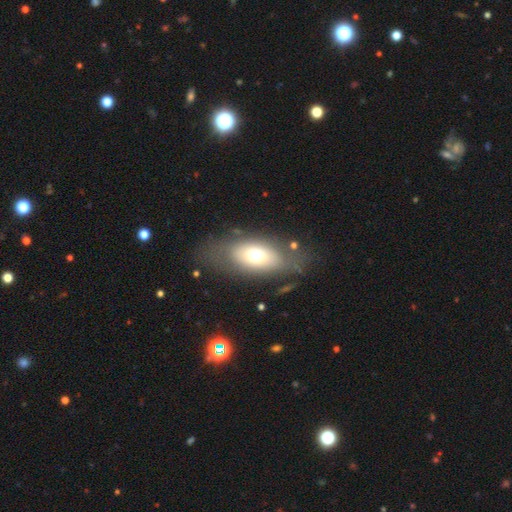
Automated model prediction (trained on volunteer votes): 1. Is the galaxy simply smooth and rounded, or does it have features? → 63% smooth, 26% featured or disk, 11% star or artifact.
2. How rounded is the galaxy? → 81% in between, 13% round, 6% cigar-shaped.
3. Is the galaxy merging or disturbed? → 71% none, 15% minor disturbance, 11% major disturbance, 2% merger.